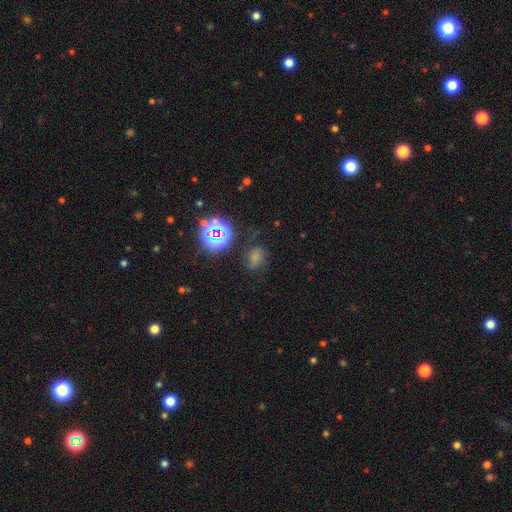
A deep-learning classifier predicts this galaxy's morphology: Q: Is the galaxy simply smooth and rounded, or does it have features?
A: star or artifact — 40%.